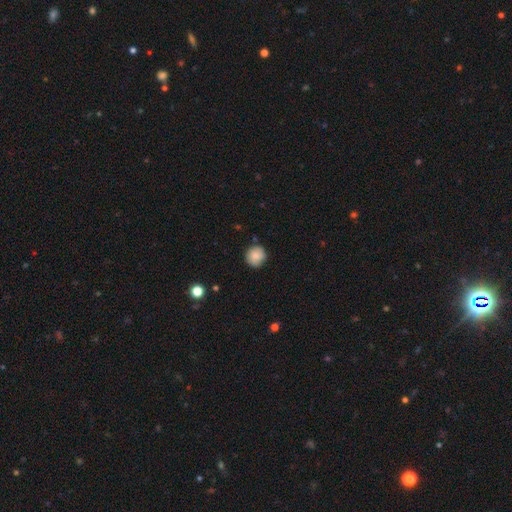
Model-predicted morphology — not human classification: Smooth or featured?
  - smooth: 80% *
  - featured or disk: 12%
  - star or artifact: 8%
How rounded?
  - round: 92% *
  - in between: 7%
  - cigar-shaped: 1%
Merging?
  - none: 83% *
  - minor disturbance: 13%
  - major disturbance: 2%
  - merger: 1%